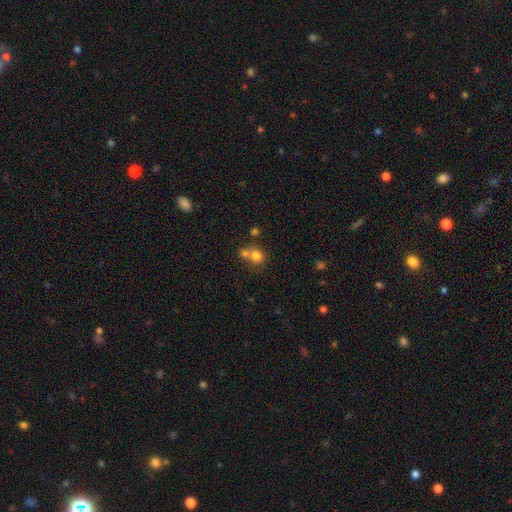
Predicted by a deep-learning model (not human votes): smooth_or_featured: smooth (p=0.76) [alt: star or artifact p=0.13]
how_rounded: round (p=0.82) [alt: in between p=0.17]
merging: none (p=0.46) [alt: merger p=0.44]